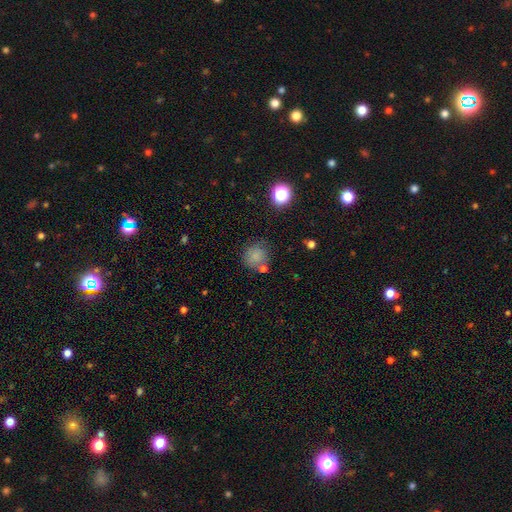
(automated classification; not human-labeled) Smooth or featured: smooth — 78% (star or artifact — 14%)
How rounded: round — 89% (in between — 10%)
Merging: none — 69% (minor disturbance — 16%)